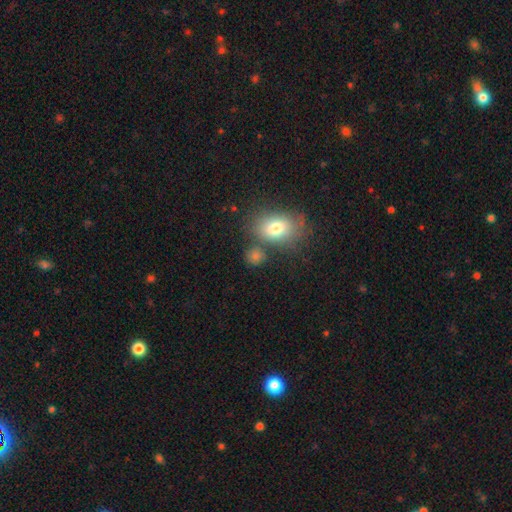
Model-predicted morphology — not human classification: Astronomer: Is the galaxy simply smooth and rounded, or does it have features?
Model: smooth — 76%.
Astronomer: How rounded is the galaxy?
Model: round — 63%.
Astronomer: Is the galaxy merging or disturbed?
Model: none — 67%.